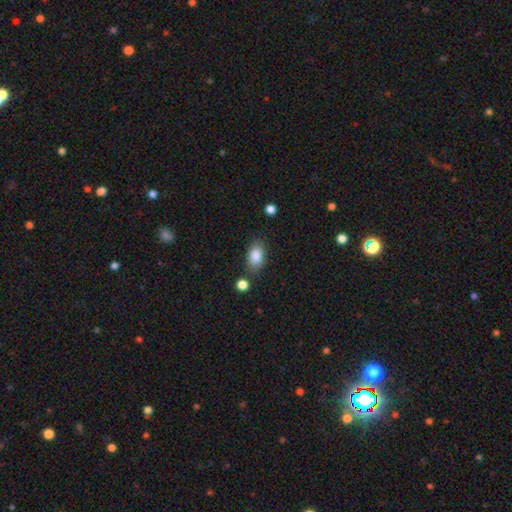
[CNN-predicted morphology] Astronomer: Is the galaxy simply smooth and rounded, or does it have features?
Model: smooth — 86%.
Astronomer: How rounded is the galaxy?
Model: in between — 88%.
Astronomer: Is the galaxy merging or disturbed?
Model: none — 75%.